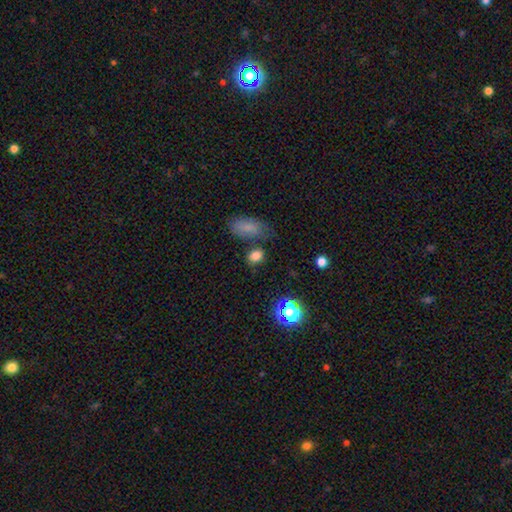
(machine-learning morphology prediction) The model was most divided on "how rounded": in between: 60%, round: 38%, cigar-shaped: 2%. More confident: smooth or featured — smooth (80%); merging — none (72%).